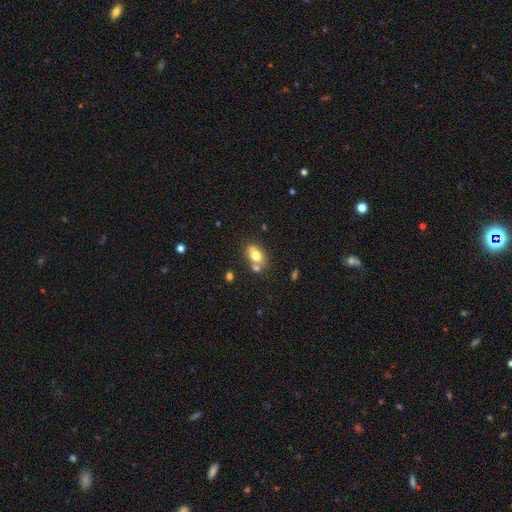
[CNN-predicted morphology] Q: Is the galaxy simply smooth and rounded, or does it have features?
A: smooth — 69%.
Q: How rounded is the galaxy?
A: in between — 79%.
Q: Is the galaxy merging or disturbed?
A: none — 54%.